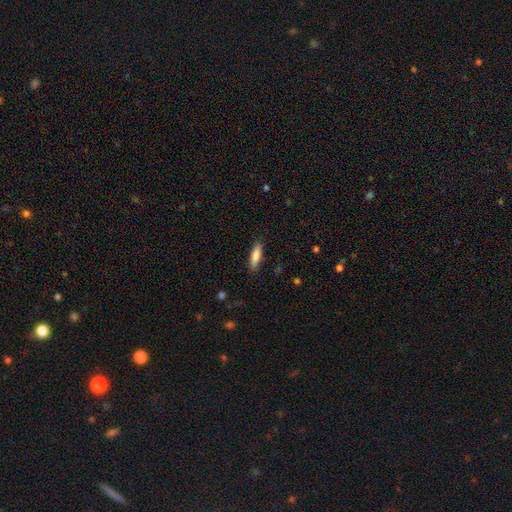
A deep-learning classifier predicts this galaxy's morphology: This is clearly a smooth galaxy (84%). How rounded: possibly cigar-shaped (59%). Merging: clearly none (86%).